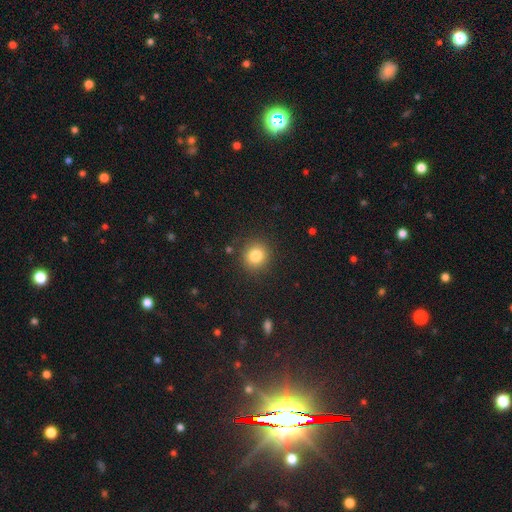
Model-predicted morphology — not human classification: The model was most divided on "smooth or featured": smooth: 82%, star or artifact: 11%, featured or disk: 7%. More confident: how rounded — round (89%); merging — none (89%).